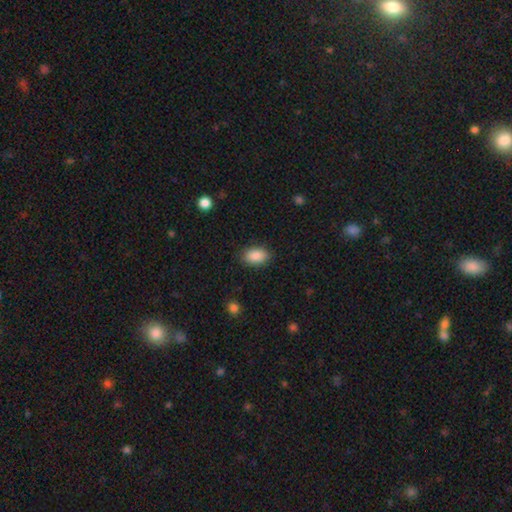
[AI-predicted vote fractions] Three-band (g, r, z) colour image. It shows a smooth galaxy with no disk features (89%) that is in between round and cigar-shaped (90%). Merging: none (87%).